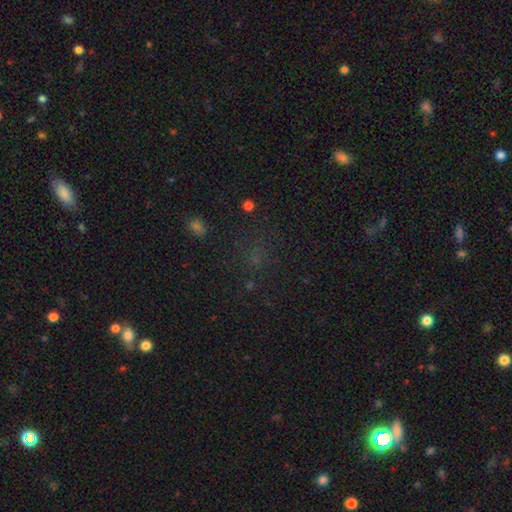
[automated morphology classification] Smooth or featured?
  - star or artifact: 52% *
  - smooth: 38%
  - featured or disk: 10%